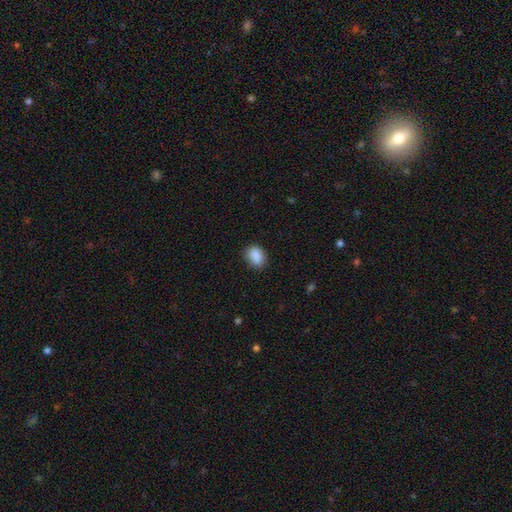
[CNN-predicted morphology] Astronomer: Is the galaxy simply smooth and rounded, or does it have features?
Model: smooth — 88%.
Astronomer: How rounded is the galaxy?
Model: in between — 68%.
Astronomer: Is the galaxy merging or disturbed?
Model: none — 80%.